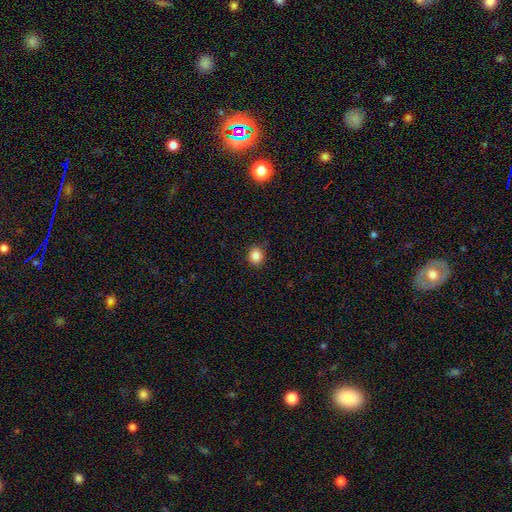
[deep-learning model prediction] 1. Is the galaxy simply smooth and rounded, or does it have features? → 85% smooth, 11% star or artifact, 4% featured or disk.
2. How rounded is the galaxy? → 77% round, 22% in between, 1% cigar-shaped.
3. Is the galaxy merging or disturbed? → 88% none, 9% minor disturbance, 2% major disturbance, 1% merger.